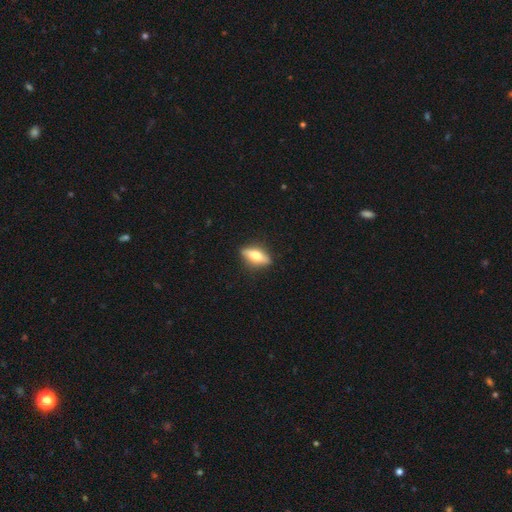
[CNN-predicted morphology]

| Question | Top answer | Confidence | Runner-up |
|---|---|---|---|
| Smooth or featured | smooth | 54% | featured or disk (39%) |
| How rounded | in between | 67% | cigar-shaped (29%) |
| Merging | none | 86% | minor disturbance (11%) |